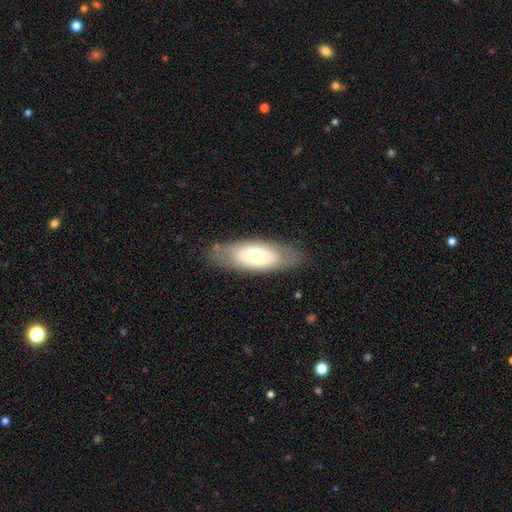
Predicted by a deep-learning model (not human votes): smooth_or_featured: smooth (p=0.53) [alt: featured or disk p=0.40]
how_rounded: in between (p=0.79) [alt: cigar-shaped p=0.18]
merging: none (p=0.79) [alt: minor disturbance p=0.14]